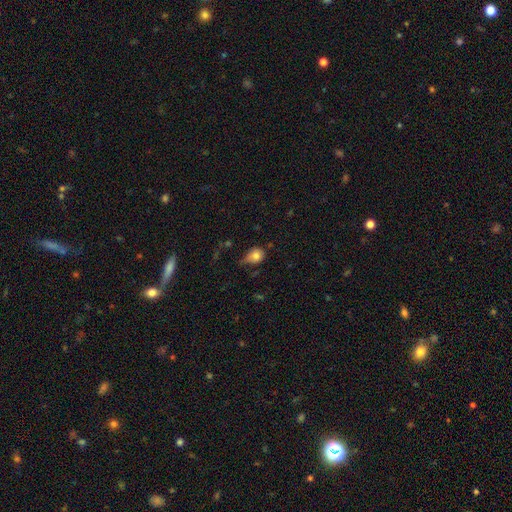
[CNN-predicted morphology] A smooth galaxy with no disk features (79%) that is round (65%).

Vote fractions:
- Smooth or featured? smooth: 79% / featured or disk: 11% / star or artifact: 10%
- How rounded? round: 65% / in between: 34% / cigar-shaped: 1%
- Merging? none: 40% / minor disturbance: 38% / major disturbance: 18% / merger: 4%